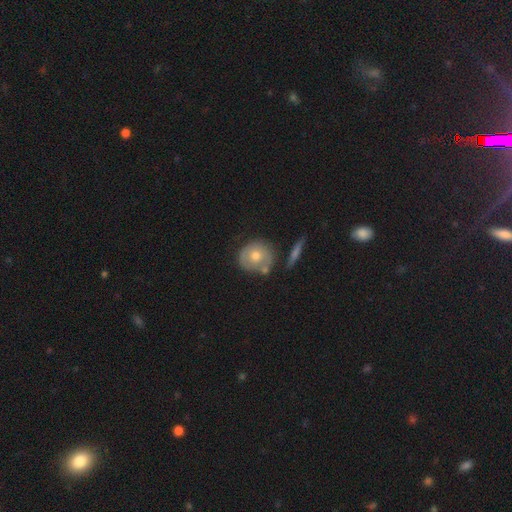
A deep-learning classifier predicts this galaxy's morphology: type=smooth (52%); roundness=round (83%); merging=none (64%).